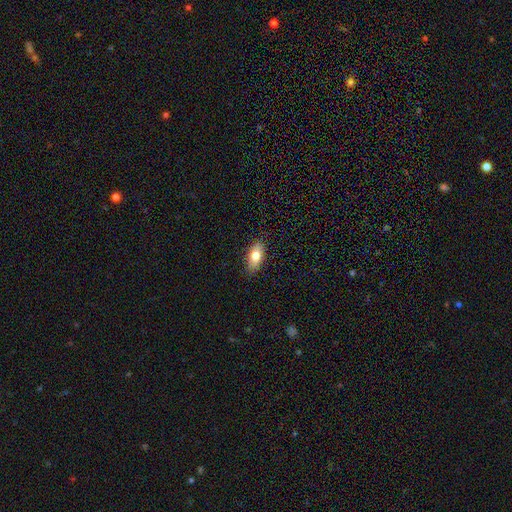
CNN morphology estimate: type=smooth (77%); roundness=in between (87%); merging=none (86%).